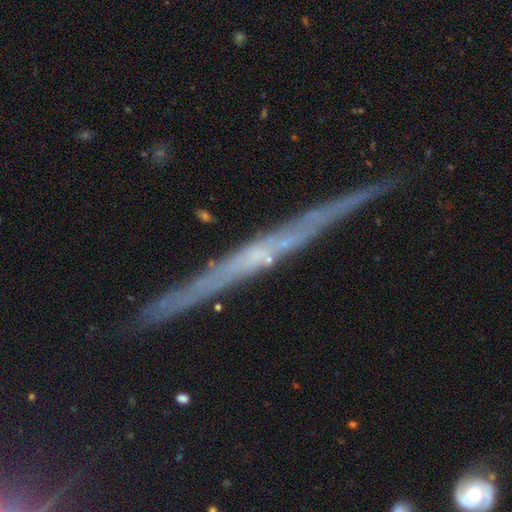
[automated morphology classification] featured or disk 73%, star or artifact 14%, smooth 13%. Down the decision tree: edge-on disk — yes (97%); edge-on bulge — none (59%); merging — none (89%).